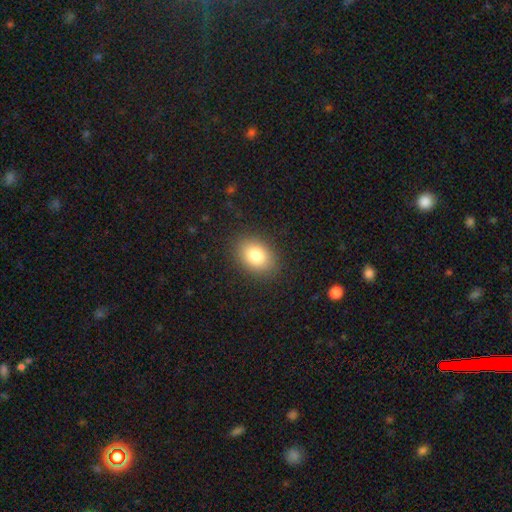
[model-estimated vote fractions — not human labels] Q: Smooth or featured?
A: smooth (83%); runner-up: star or artifact (9%)
Q: How rounded?
A: in between (71%); runner-up: round (28%)
Q: Merging?
A: none (87%); runner-up: minor disturbance (9%)